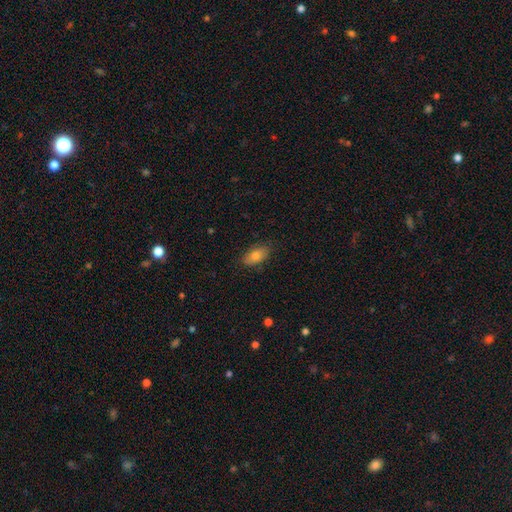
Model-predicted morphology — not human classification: Smooth or featured: smooth — 78% (featured or disk — 14%)
How rounded: in between — 91% (round — 5%)
Merging: none — 84% (minor disturbance — 12%)